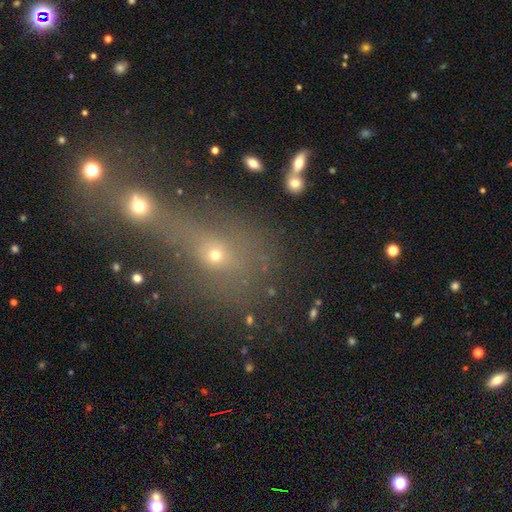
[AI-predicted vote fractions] This appears to be a smooth galaxy with no disk features (42%). Merging: merger (65%).